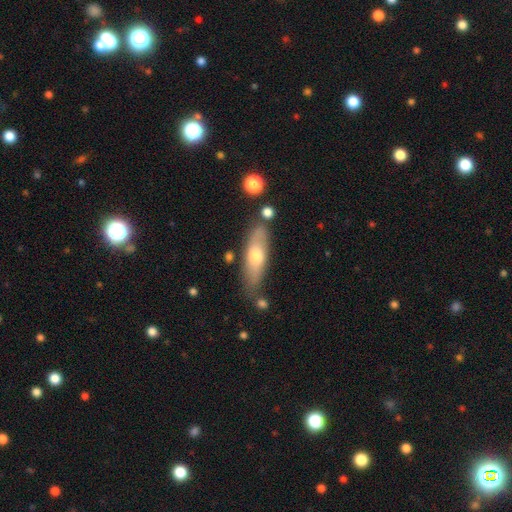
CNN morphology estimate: Smooth or featured?
  - smooth: 60% *
  - featured or disk: 34%
  - star or artifact: 6%
How rounded?
  - in between: 49% *
  - cigar-shaped: 48%
  - round: 2%
Merging?
  - none: 74% *
  - minor disturbance: 16%
  - merger: 6%
  - major disturbance: 4%